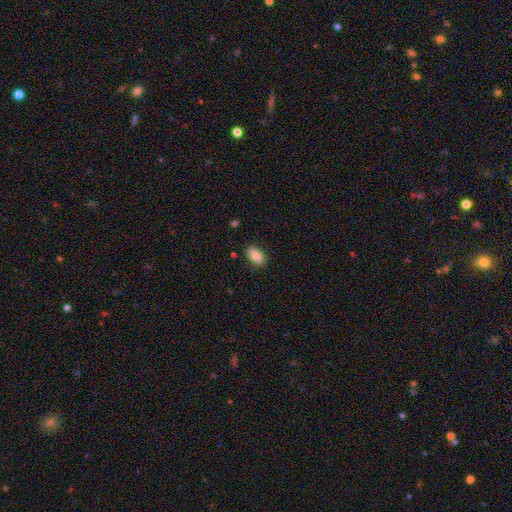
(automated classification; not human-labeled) smooth_or_featured: smooth (p=0.81) [alt: featured or disk p=0.12]
how_rounded: in between (p=0.90) [alt: round p=0.09]
merging: none (p=0.85) [alt: minor disturbance p=0.11]